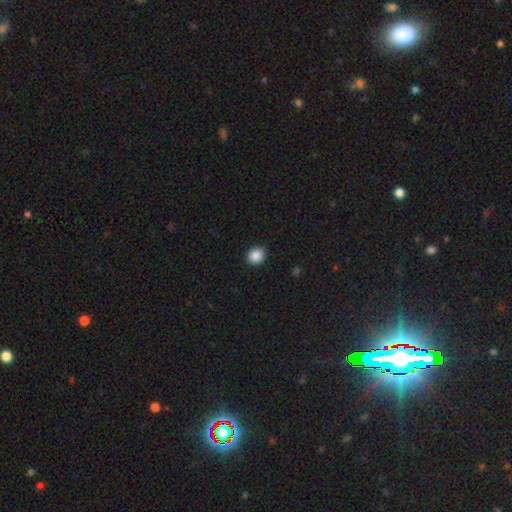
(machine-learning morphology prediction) smooth 88%, star or artifact 9%, featured or disk 3%. Down the decision tree: how rounded — round (75%); merging — none (92%).